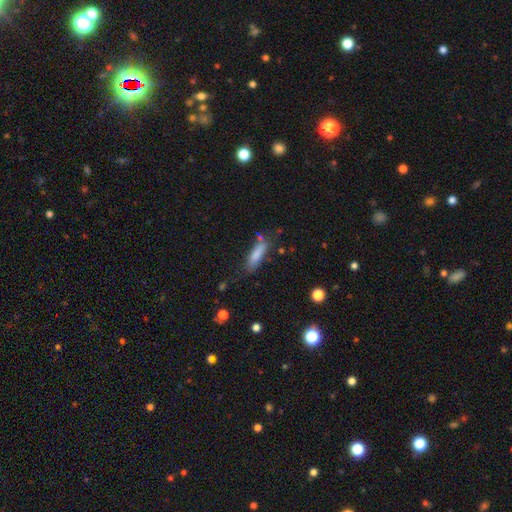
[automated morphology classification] The model was most divided on "how rounded": cigar-shaped: 63%, in between: 35%, round: 2%. More confident: smooth or featured — smooth (80%); merging — none (67%).